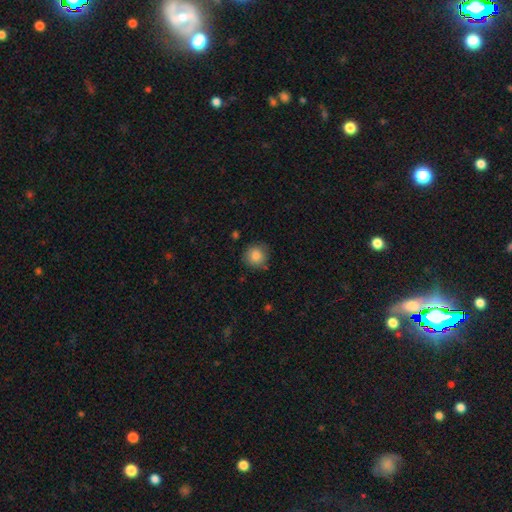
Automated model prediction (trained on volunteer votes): Smooth or featured? smooth (85%)
How rounded? round (93%)
Merging? none (83%)